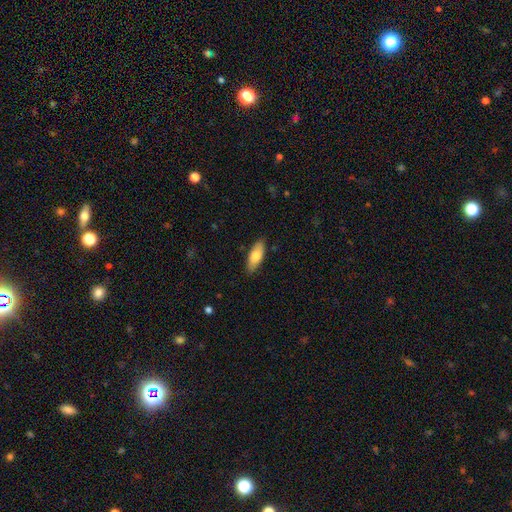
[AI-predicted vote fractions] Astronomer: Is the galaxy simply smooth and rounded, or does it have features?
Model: smooth — 76%.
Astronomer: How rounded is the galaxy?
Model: in between — 76%.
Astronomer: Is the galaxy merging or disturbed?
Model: none — 85%.